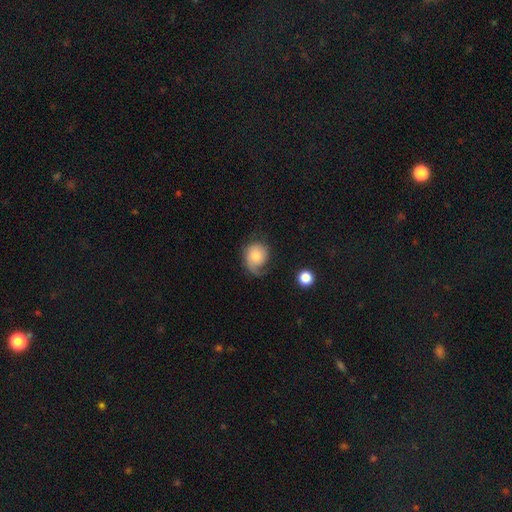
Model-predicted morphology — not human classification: smooth 55%, featured or disk 38%, star or artifact 7%. Down the decision tree: how rounded — round (69%); merging — none (41%).